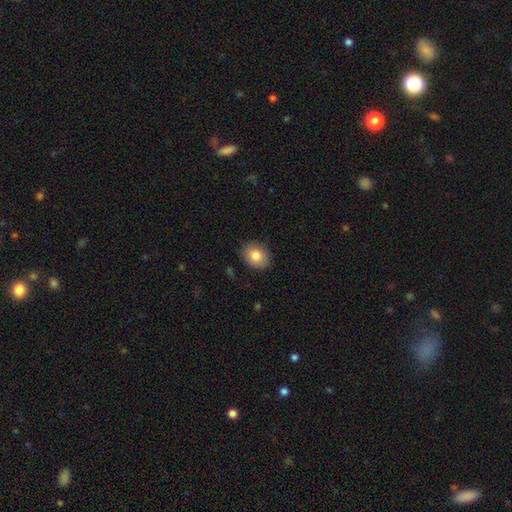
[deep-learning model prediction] smooth_or_featured: smooth (p=0.83) [alt: featured or disk p=0.09]
how_rounded: in between (p=0.53) [alt: round p=0.46]
merging: none (p=0.88) [alt: minor disturbance p=0.09]